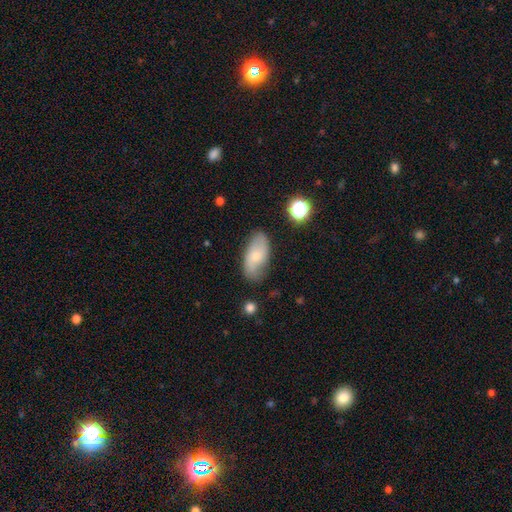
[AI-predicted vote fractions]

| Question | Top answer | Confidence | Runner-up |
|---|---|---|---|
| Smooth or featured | smooth | 59% | featured or disk (34%) |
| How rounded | in between | 91% | cigar-shaped (5%) |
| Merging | none | 73% | minor disturbance (20%) |